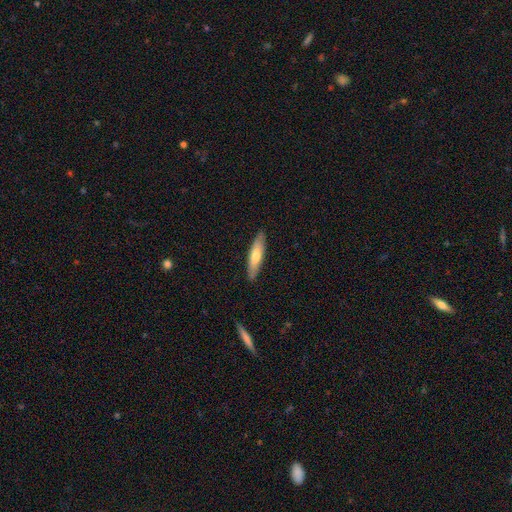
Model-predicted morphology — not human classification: The model was most divided on "smooth or featured": smooth: 64%, featured or disk: 31%, star or artifact: 5%. More confident: merging — none (87%); how rounded — cigar-shaped (75%).